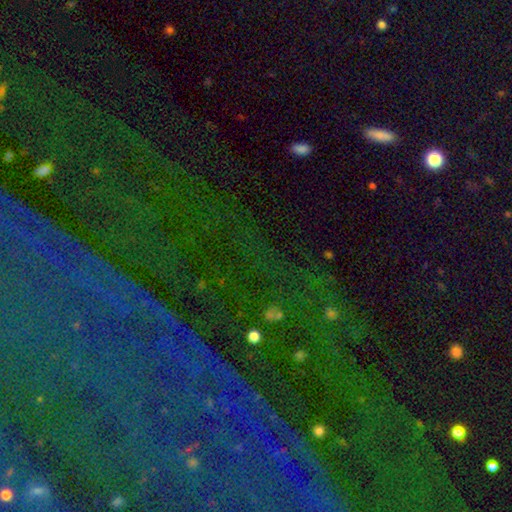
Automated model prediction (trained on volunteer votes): This appears to be a star or artifact, not a galaxy (78%).